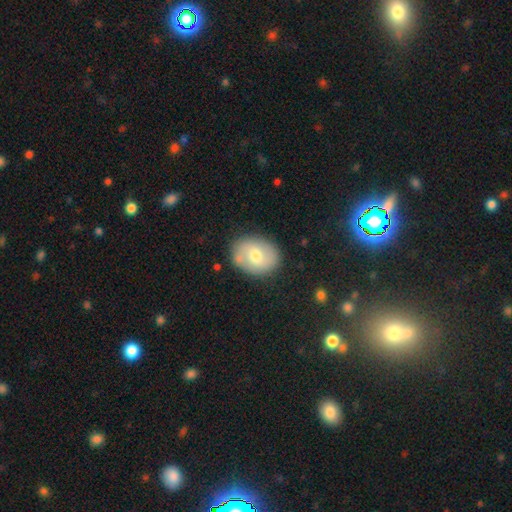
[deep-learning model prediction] smooth_or_featured: smooth (p=0.56) [alt: featured or disk p=0.37]
how_rounded: in between (p=0.62) [alt: round p=0.37]
merging: none (p=0.81) [alt: minor disturbance p=0.13]